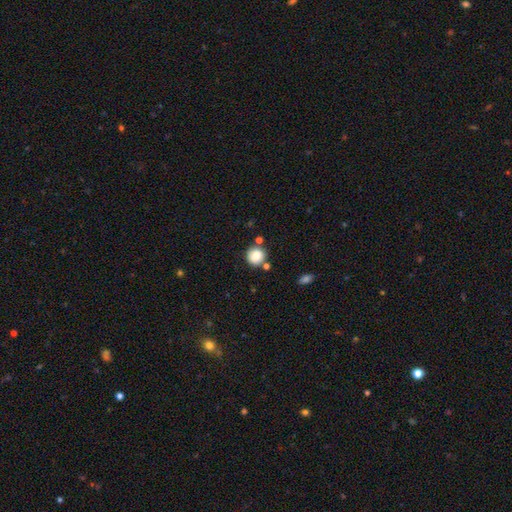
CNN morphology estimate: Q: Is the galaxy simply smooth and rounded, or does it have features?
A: smooth — 82%.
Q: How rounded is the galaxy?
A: round — 90%.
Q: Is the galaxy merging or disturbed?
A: none — 76%.